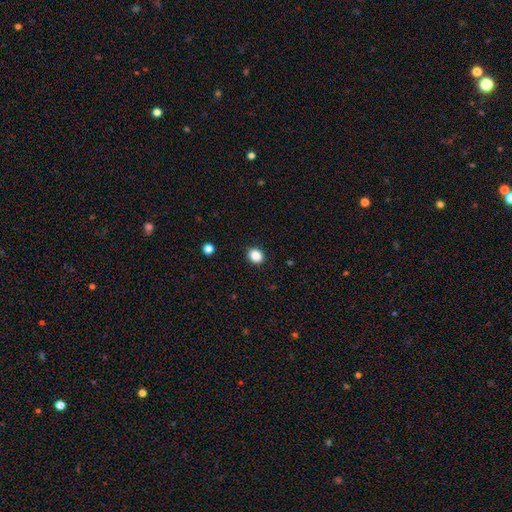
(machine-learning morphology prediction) This appears to be a smooth galaxy with no disk features (87%) that is round (64%). Merging: none (91%).